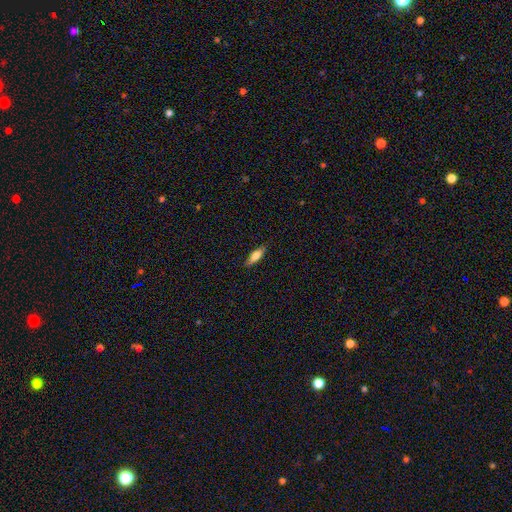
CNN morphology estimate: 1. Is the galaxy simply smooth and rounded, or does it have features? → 68% smooth, 25% featured or disk, 7% star or artifact.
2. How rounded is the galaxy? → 51% cigar-shaped, 46% in between, 2% round.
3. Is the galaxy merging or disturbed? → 86% none, 11% minor disturbance, 2% major disturbance, 1% merger.